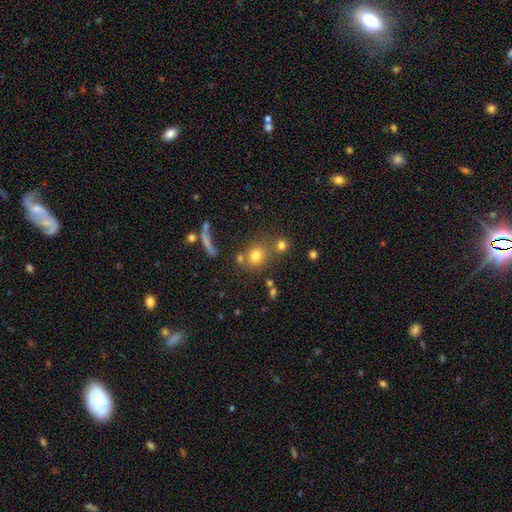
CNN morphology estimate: Q: Smooth or featured?
A: smooth (74%); runner-up: star or artifact (15%)
Q: How rounded?
A: round (83%); runner-up: in between (15%)
Q: Merging?
A: none (65%); runner-up: merger (19%)